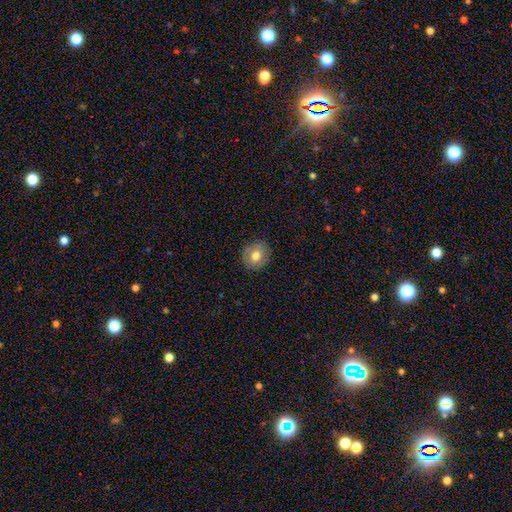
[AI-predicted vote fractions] A smooth galaxy with no disk features (73%) that is round (75%). Merging: none (88%).